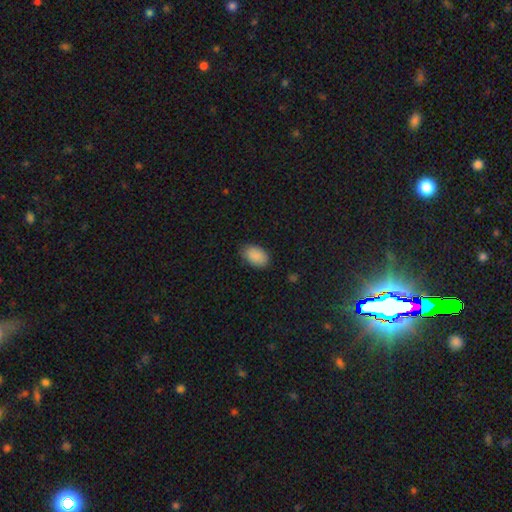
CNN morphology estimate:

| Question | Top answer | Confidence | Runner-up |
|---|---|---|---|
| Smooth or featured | smooth | 89% | star or artifact (7%) |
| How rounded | in between | 91% | round (8%) |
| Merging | none | 80% | minor disturbance (16%) |